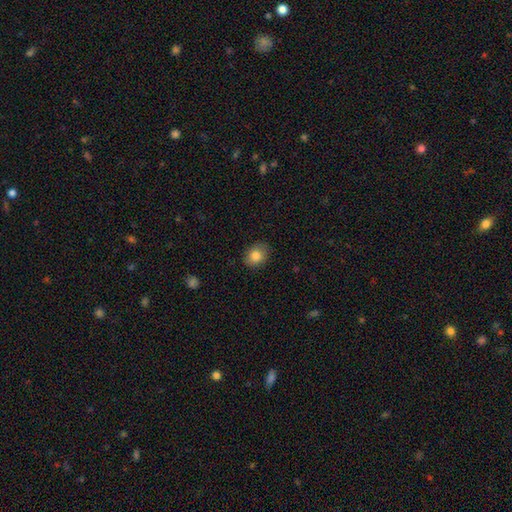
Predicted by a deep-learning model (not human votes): smooth-or-featured: smooth: 83% | star or artifact: 9% | featured or disk: 8%
  how-rounded: round: 51% | in between: 48% | cigar-shaped: 1%
  merging: none: 85% | minor disturbance: 12% | major disturbance: 3% | merger: 1%